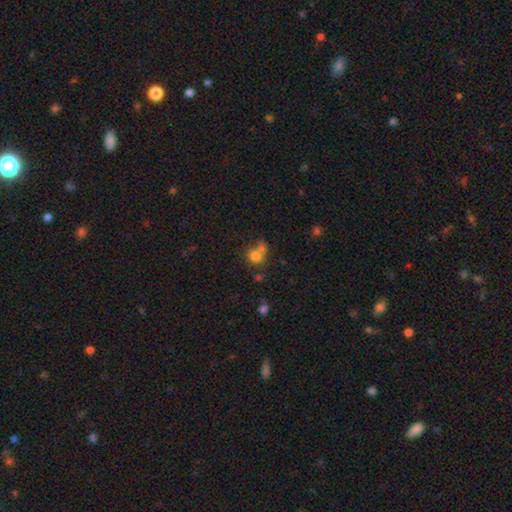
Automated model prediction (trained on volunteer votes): Q: Smooth or featured?
A: smooth (76%); runner-up: star or artifact (13%)
Q: How rounded?
A: round (81%); runner-up: in between (18%)
Q: Merging?
A: merger (45%); runner-up: none (41%)